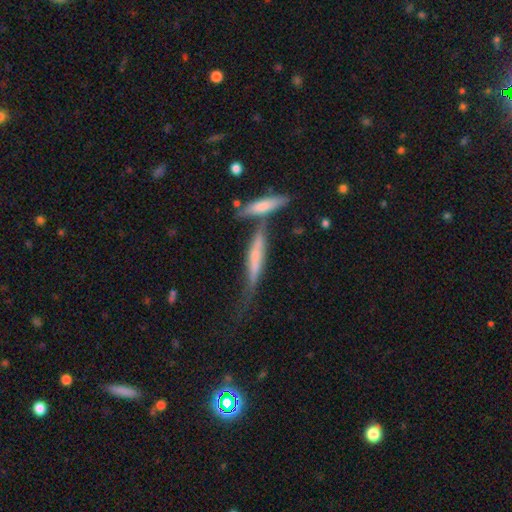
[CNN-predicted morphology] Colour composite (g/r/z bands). It shows a featured or disk galaxy (50%) viewed edge-on (84%). Merging: merger (36%).